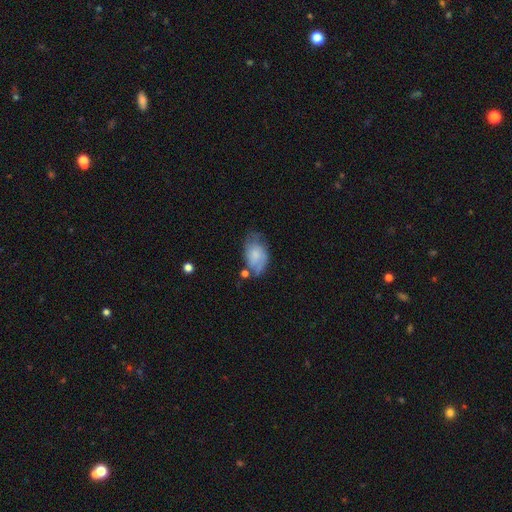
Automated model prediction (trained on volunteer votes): Q: Smooth or featured?
A: smooth (55%); runner-up: featured or disk (38%)
Q: How rounded?
A: in between (89%); runner-up: round (10%)
Q: Merging?
A: none (45%); runner-up: minor disturbance (31%)